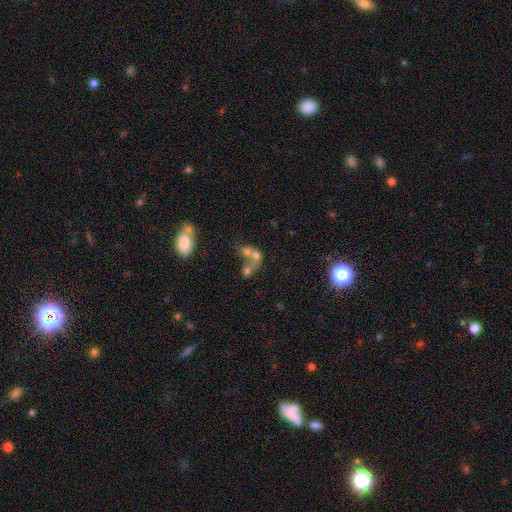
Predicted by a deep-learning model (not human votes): This appears to be a smooth galaxy with no disk features (55%) that is round (53%). Merging: merger (68%).